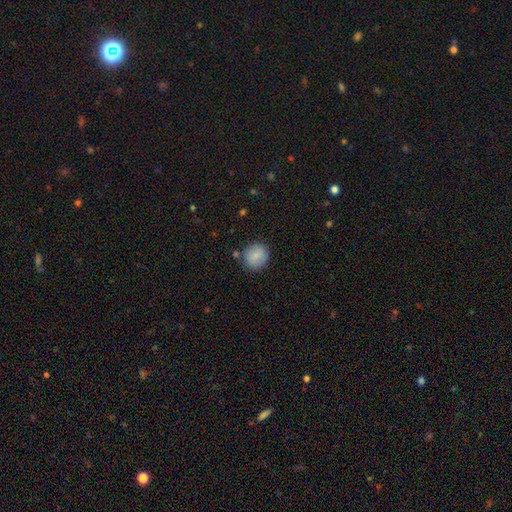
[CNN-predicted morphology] Smooth or featured? Predicted: smooth (p=0.84). How rounded? Predicted: round (p=0.88). Merging? Predicted: none (p=0.82).